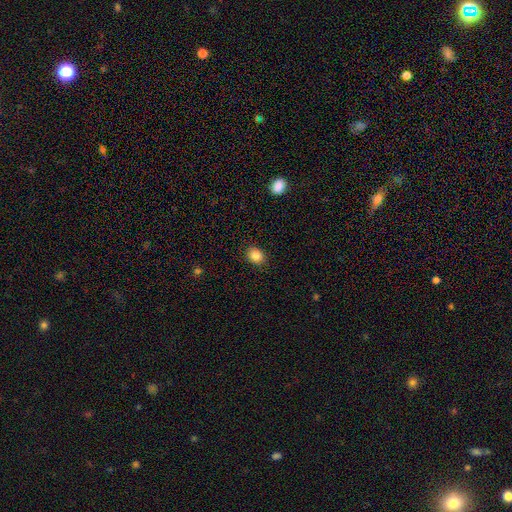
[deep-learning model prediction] Smooth or featured?
  - smooth: 85% *
  - star or artifact: 10%
  - featured or disk: 5%
How rounded?
  - round: 53% *
  - in between: 46%
  - cigar-shaped: 1%
Merging?
  - none: 89% *
  - minor disturbance: 8%
  - major disturbance: 2%
  - merger: 1%